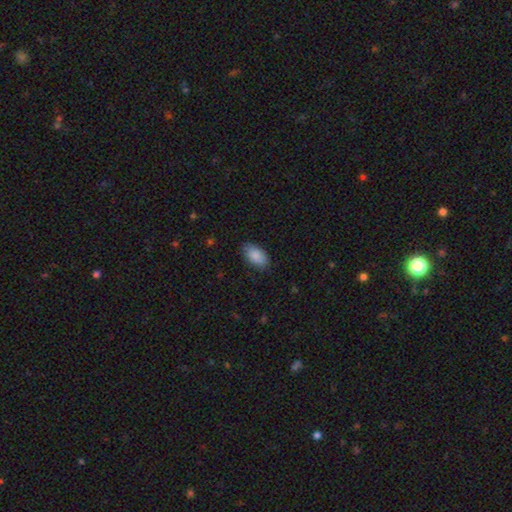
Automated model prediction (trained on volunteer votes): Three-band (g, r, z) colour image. It shows a smooth galaxy with no disk features (88%) that is in between round and cigar-shaped (94%). Merging: none (81%).